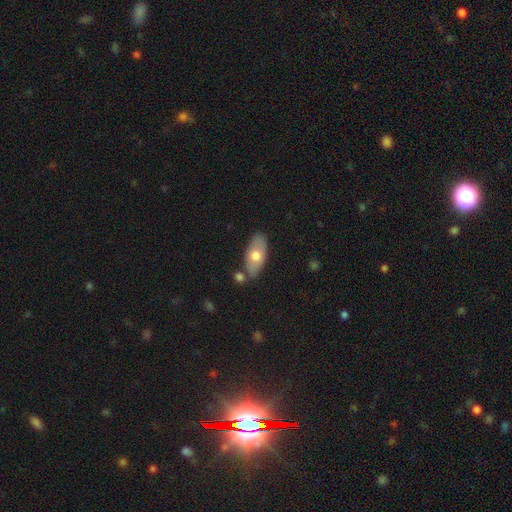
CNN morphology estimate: smooth_or_featured: smooth (p=0.63) [alt: featured or disk p=0.31]
how_rounded: in between (p=0.88) [alt: cigar-shaped p=0.09]
merging: none (p=0.77) [alt: minor disturbance p=0.13]